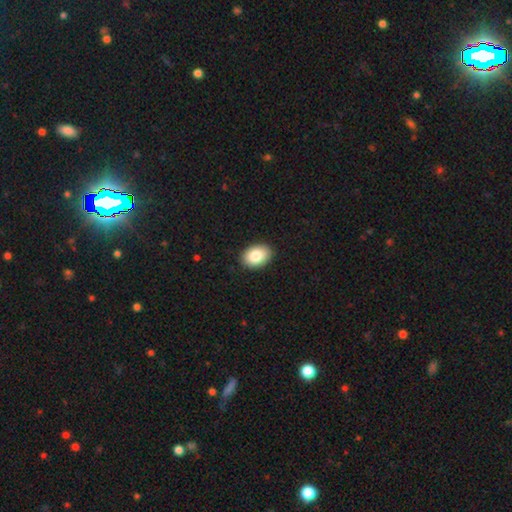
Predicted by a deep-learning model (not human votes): Smooth or featured: smooth — 85% (featured or disk — 8%)
How rounded: in between — 84% (round — 15%)
Merging: none — 90% (minor disturbance — 7%)